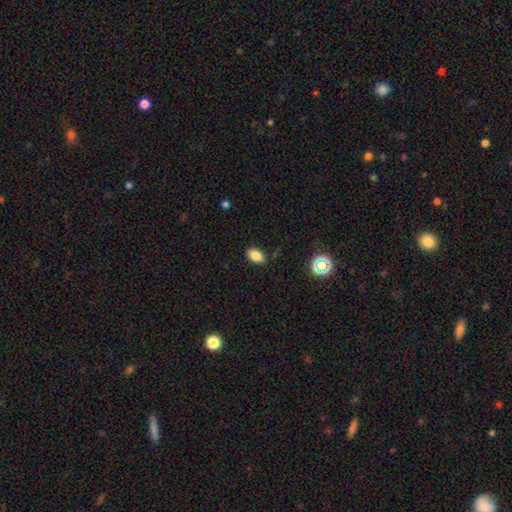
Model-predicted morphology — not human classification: Smooth or featured?
  - smooth: 82% *
  - star or artifact: 11%
  - featured or disk: 7%
How rounded?
  - in between: 88% *
  - round: 10%
  - cigar-shaped: 2%
Merging?
  - none: 85% *
  - minor disturbance: 11%
  - major disturbance: 3%
  - merger: 1%